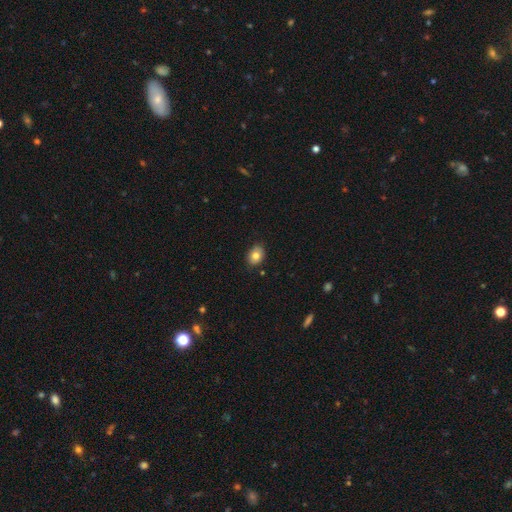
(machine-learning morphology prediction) A smooth galaxy with no disk features (80%) that is in between round and cigar-shaped (66%).

Vote fractions:
- Smooth or featured? smooth: 80% / featured or disk: 11% / star or artifact: 9%
- How rounded? in between: 66% / round: 33% / cigar-shaped: 1%
- Merging? none: 85% / minor disturbance: 12% / major disturbance: 2% / merger: 1%